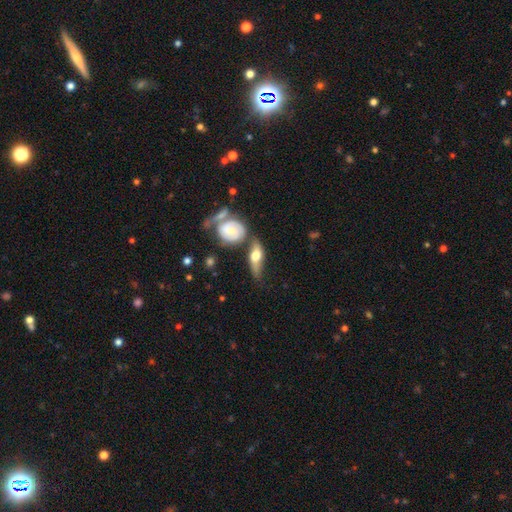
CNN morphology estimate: Smooth or featured? Predicted: featured or disk (p=0.49). Merging? Predicted: none (p=0.45).